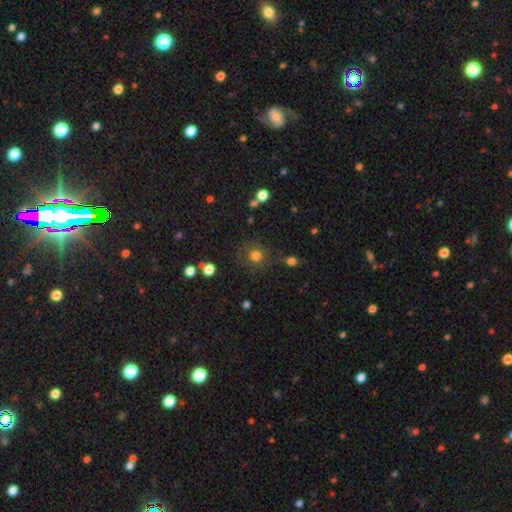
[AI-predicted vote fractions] A smooth galaxy with no disk features (74%) that is round (90%). Merging: none (78%).